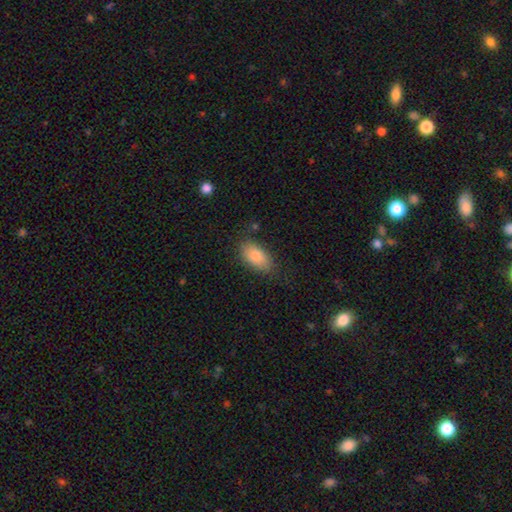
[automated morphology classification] The model was most divided on "merging": none: 78%, minor disturbance: 16%, major disturbance: 4%, merger: 2%. More confident: how rounded — in between (92%); smooth or featured — smooth (84%).